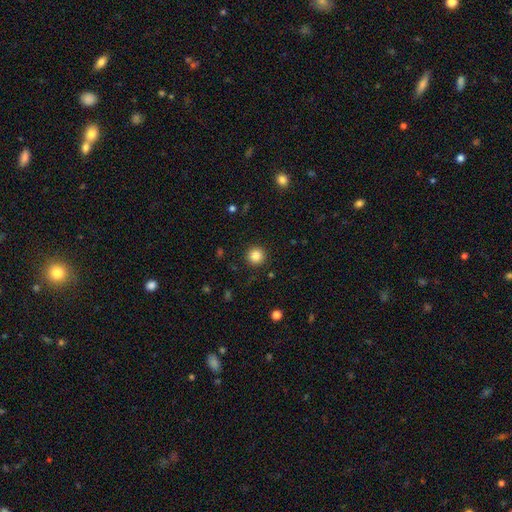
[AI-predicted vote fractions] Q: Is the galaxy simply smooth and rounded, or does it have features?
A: smooth — 85%.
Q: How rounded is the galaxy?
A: round — 96%.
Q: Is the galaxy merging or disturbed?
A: none — 92%.